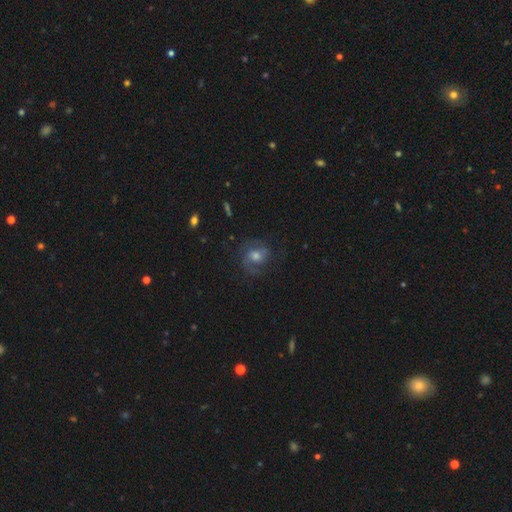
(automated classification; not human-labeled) Q: Smooth or featured?
A: featured or disk (68%); runner-up: smooth (21%)
Q: Edge-on disk?
A: no (97%); runner-up: yes (3%)
Q: Bar?
A: no (53%); runner-up: weak (38%)
Q: Spiral arms?
A: yes (92%); runner-up: no (8%)
Q: Spiral winding?
A: medium (50%); runner-up: tight (29%)
Q: Spiral arm count?
A: 2 (74%); runner-up: can't tell (11%)
Q: Bulge size?
A: moderate (59%); runner-up: small (21%)
Q: Merging?
A: none (72%); runner-up: minor disturbance (16%)